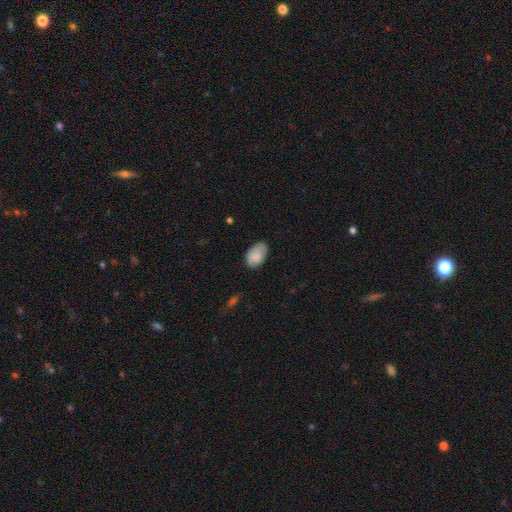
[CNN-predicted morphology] A smooth galaxy with no disk features (82%) that is in between round and cigar-shaped (91%). Merging: none (72%).